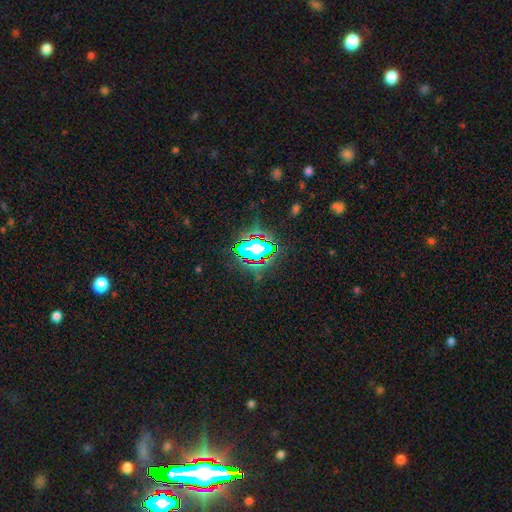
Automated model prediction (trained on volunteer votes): Smooth or featured?
  - star or artifact: 76% *
  - smooth: 15%
  - featured or disk: 9%